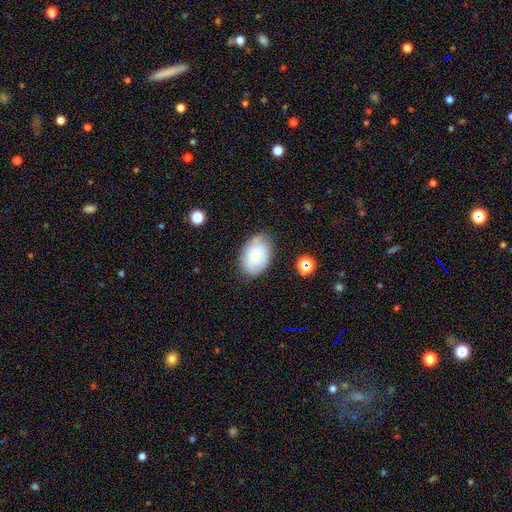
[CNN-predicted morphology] A smooth galaxy with no disk features (78%) that is in between round and cigar-shaped (89%).

Vote fractions:
- Smooth or featured? smooth: 78% / featured or disk: 13% / star or artifact: 8%
- How rounded? in between: 89% / round: 10% / cigar-shaped: 1%
- Merging? none: 74% / minor disturbance: 19% / major disturbance: 5% / merger: 3%